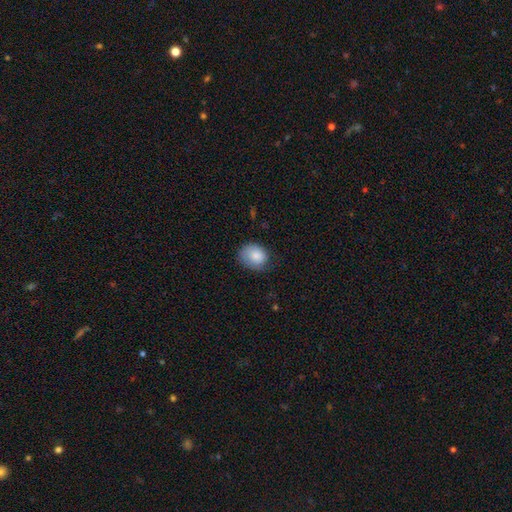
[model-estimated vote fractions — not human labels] A smooth galaxy with no disk features (83%) that is round (54%). Merging: none (61%).